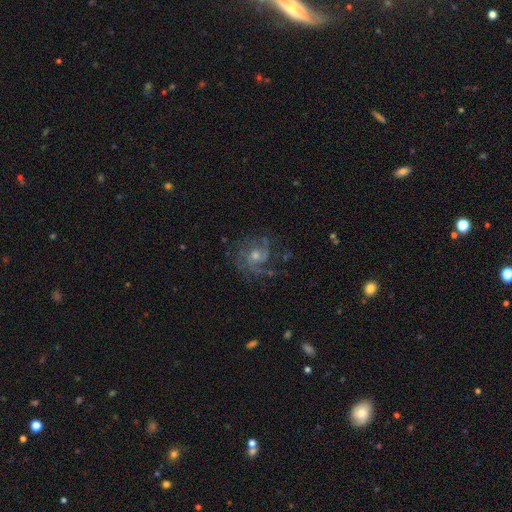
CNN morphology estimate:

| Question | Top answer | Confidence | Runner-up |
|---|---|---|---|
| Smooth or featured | featured or disk | 80% | star or artifact (11%) |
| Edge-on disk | no | 98% | yes (2%) |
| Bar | no | 73% | weak (23%) |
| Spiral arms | yes | 94% | no (6%) |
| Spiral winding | tight | 45% | medium (42%) |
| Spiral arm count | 3 | 31% | can't tell (24%) |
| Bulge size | moderate | 53% | small (40%) |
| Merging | none | 70% | minor disturbance (16%) |